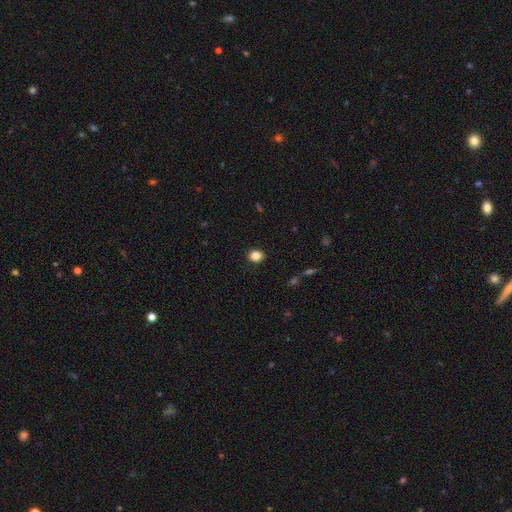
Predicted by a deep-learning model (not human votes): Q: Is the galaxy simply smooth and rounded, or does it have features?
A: smooth — 85%.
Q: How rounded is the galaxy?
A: round — 60%.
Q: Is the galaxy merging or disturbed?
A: none — 90%.